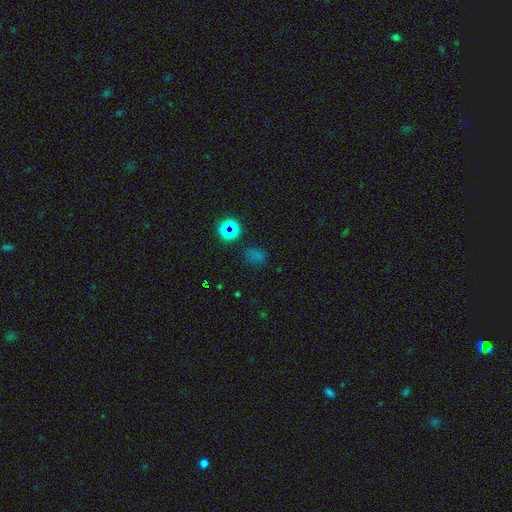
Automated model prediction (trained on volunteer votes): The model was most divided on "smooth or featured": smooth: 50%, star or artifact: 44%, featured or disk: 6%. More confident: merging — none (76%).